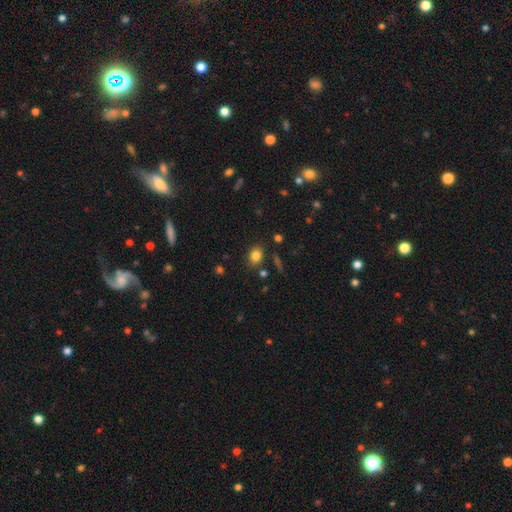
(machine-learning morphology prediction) smooth_or_featured: smooth (p=0.82) [alt: star or artifact p=0.11]
how_rounded: in between (p=0.58) [alt: round p=0.41]
merging: none (p=0.82) [alt: minor disturbance p=0.11]